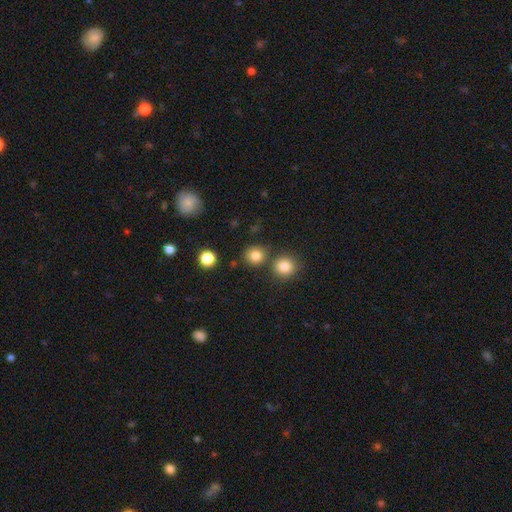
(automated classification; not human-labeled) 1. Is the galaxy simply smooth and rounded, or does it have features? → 82% smooth, 12% star or artifact, 6% featured or disk.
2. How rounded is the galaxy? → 87% round, 12% in between, 1% cigar-shaped.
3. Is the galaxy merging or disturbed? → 77% none, 12% merger, 8% minor disturbance, 3% major disturbance.